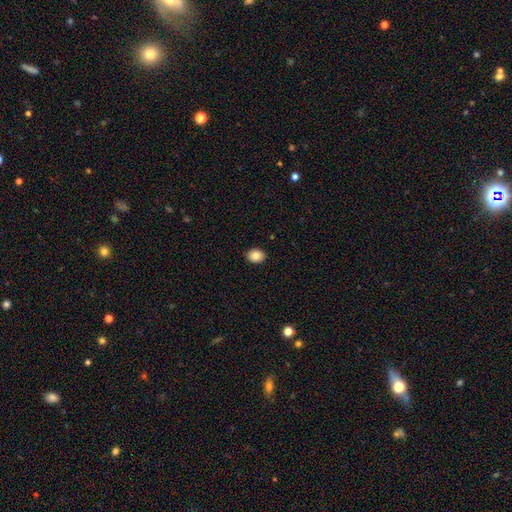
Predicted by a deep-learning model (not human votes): Smooth or featured?
  - smooth: 87% *
  - star or artifact: 9%
  - featured or disk: 5%
How rounded?
  - in between: 56% *
  - round: 43%
  - cigar-shaped: 1%
Merging?
  - none: 90% *
  - minor disturbance: 7%
  - major disturbance: 2%
  - merger: 1%